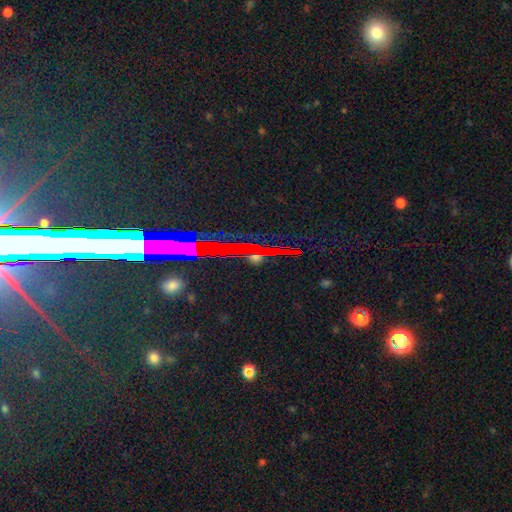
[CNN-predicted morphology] Smooth or featured? star or artifact (68%)